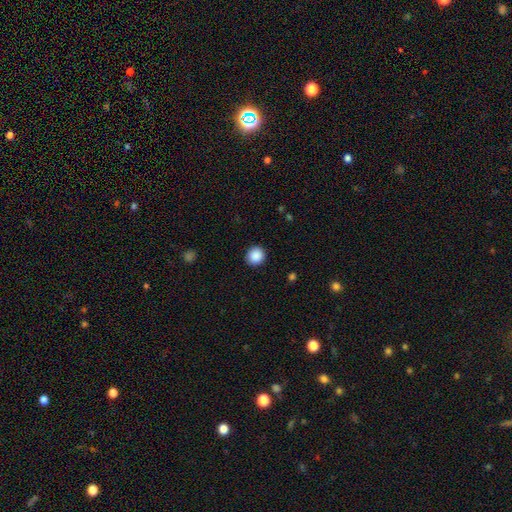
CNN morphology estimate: Smooth or featured: smooth — 88% (star or artifact — 9%)
How rounded: round — 90% (in between — 10%)
Merging: none — 90% (minor disturbance — 7%)